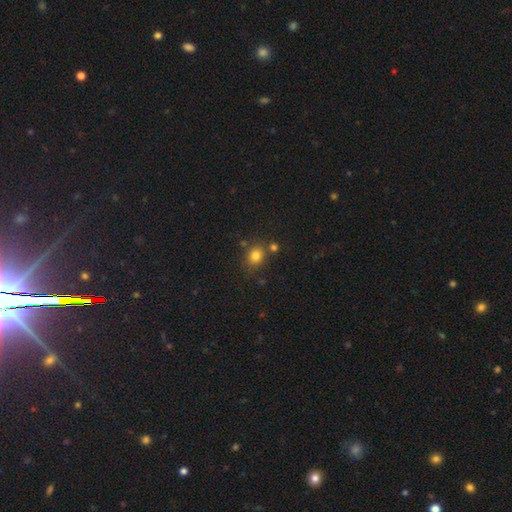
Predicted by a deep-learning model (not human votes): smooth 80%, star or artifact 13%, featured or disk 7%. Down the decision tree: how rounded — round (68%); merging — none (71%).